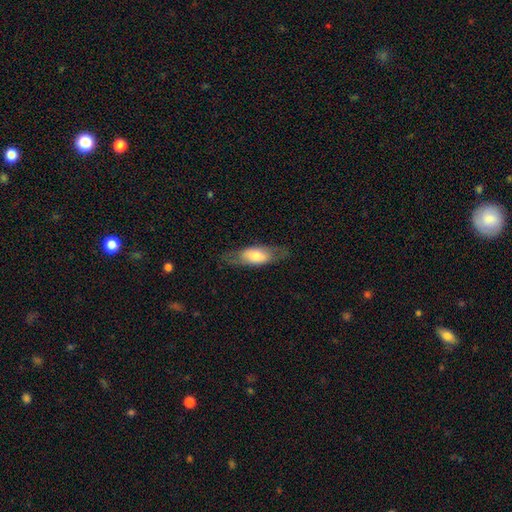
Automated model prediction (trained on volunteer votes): Smooth or featured: smooth — 64% (featured or disk — 30%)
How rounded: in between — 73% (cigar-shaped — 24%)
Merging: none — 73% (minor disturbance — 18%)